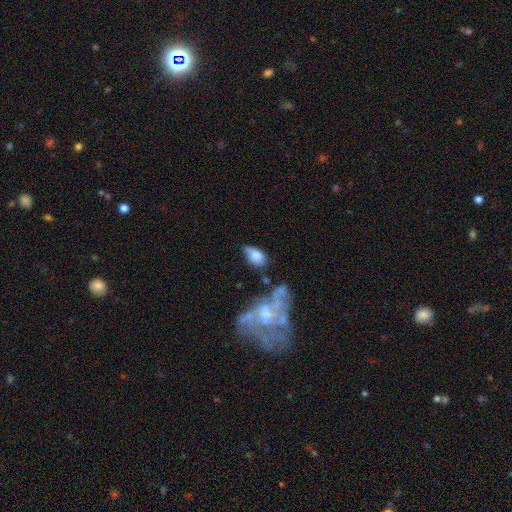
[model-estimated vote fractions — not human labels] Smooth or featured?
  - smooth: 69% *
  - featured or disk: 22%
  - star or artifact: 8%
How rounded?
  - in between: 88% *
  - round: 9%
  - cigar-shaped: 3%
Merging?
  - none: 39% *
  - minor disturbance: 30%
  - major disturbance: 17%
  - merger: 14%